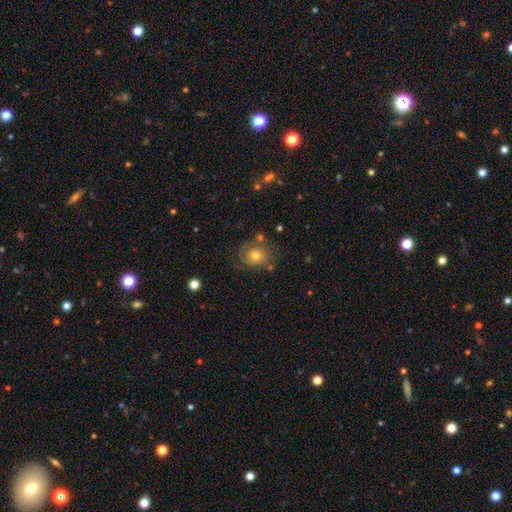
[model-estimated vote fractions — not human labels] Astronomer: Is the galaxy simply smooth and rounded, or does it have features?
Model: smooth — 53% (runner-up: featured or disk, 36%).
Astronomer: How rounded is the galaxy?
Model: round — 75%.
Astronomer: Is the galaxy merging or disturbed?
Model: none — 67%.